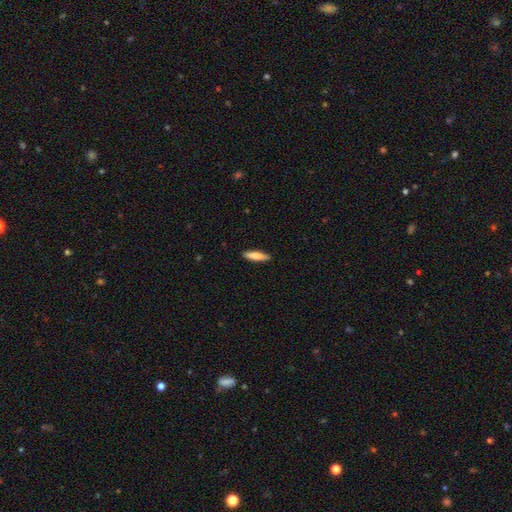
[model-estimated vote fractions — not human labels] Q: Smooth or featured?
A: smooth (76%); runner-up: featured or disk (19%)
Q: How rounded?
A: cigar-shaped (70%); runner-up: in between (28%)
Q: Merging?
A: none (91%); runner-up: minor disturbance (7%)